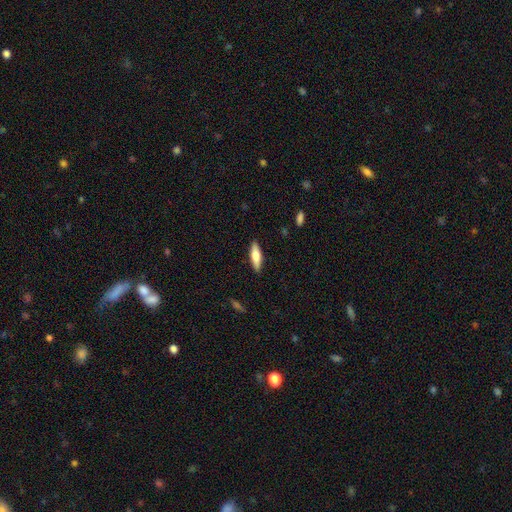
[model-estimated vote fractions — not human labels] Overall: smooth (63%; featured or disk 31%). How rounded: cigar-shaped (57%; in between 41%). Merging: none (89%).